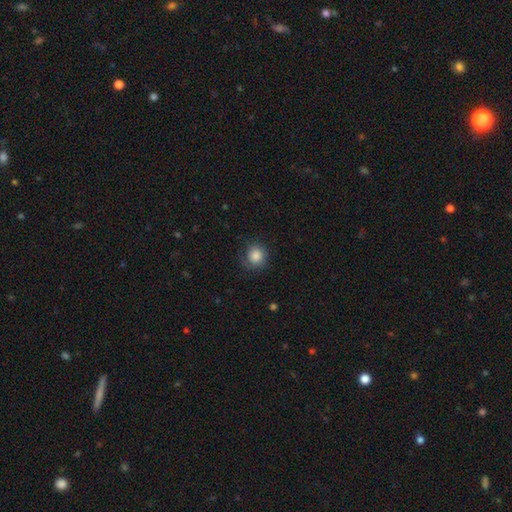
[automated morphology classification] This appears to be a smooth galaxy with no disk features (82%) that is round (86%). Merging: none (71%).